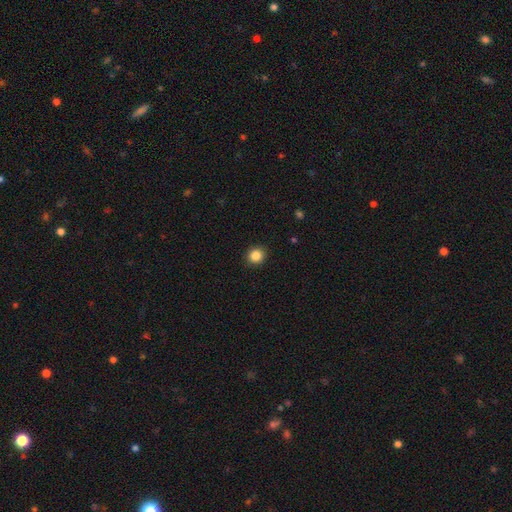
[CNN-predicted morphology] Q: Smooth or featured?
A: smooth (85%); runner-up: star or artifact (11%)
Q: How rounded?
A: round (88%); runner-up: in between (11%)
Q: Merging?
A: none (92%); runner-up: minor disturbance (5%)